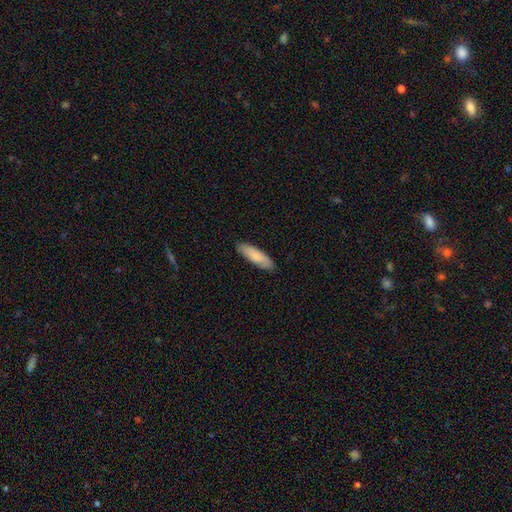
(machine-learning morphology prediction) type=smooth (81%); roundness=cigar-shaped (53%); merging=none (84%).